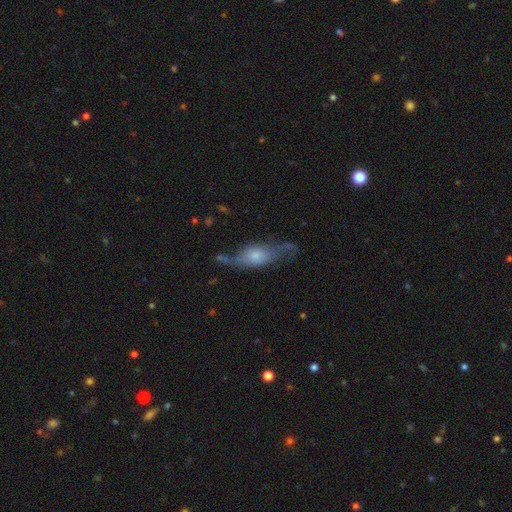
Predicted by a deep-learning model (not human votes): Overall: featured or disk (51%; smooth 41%). Edge-on disk: no (63%; yes 37%). Merging: none (45%; minor disturbance 29%).